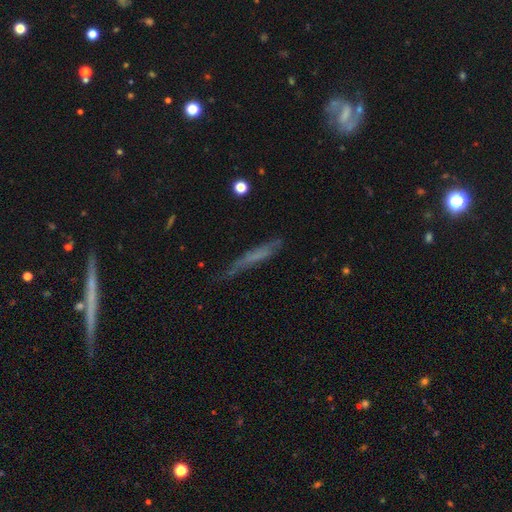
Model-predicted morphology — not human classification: A smooth galaxy with no disk features (51%) that is cigar-shaped (92%). Merging: none (60%).